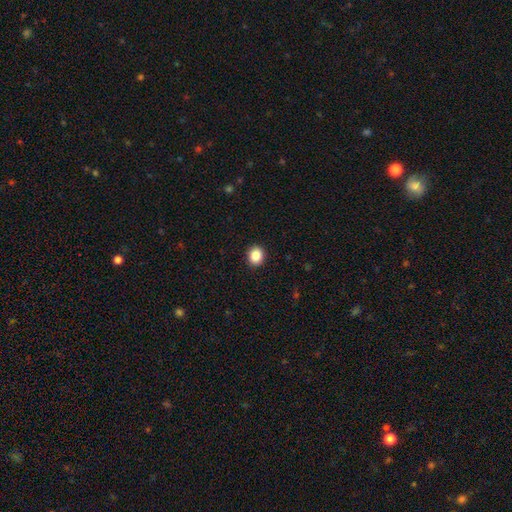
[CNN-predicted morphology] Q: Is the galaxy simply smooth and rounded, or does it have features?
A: smooth — 87%.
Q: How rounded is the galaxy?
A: round — 71%.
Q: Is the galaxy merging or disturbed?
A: none — 92%.